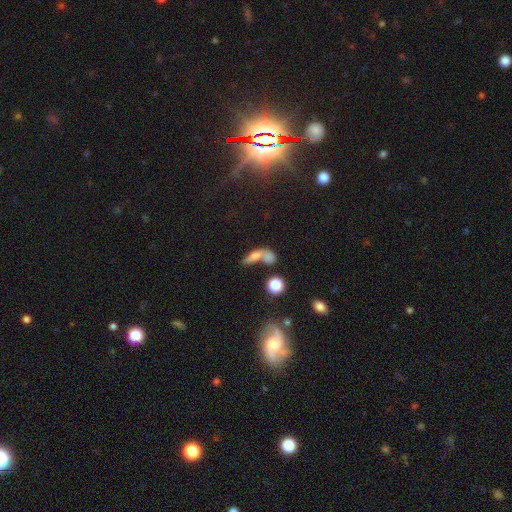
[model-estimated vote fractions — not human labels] smooth_or_featured: smooth (p=0.64) [alt: featured or disk p=0.21]
how_rounded: in between (p=0.56) [alt: cigar-shaped p=0.27]
merging: merger (p=0.55) [alt: none p=0.26]